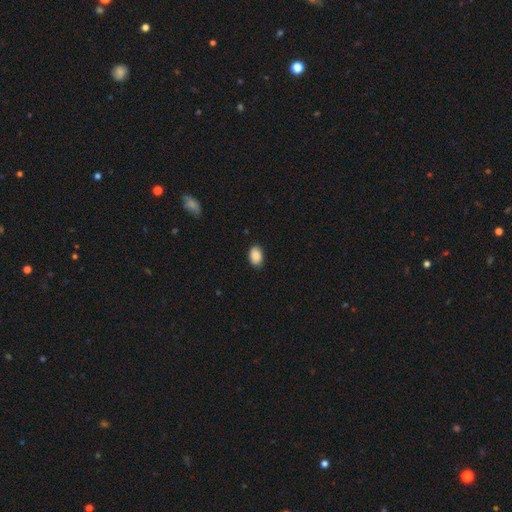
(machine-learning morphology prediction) Smooth or featured: smooth — 89% (star or artifact — 7%)
How rounded: in between — 85% (round — 14%)
Merging: none — 85% (minor disturbance — 12%)